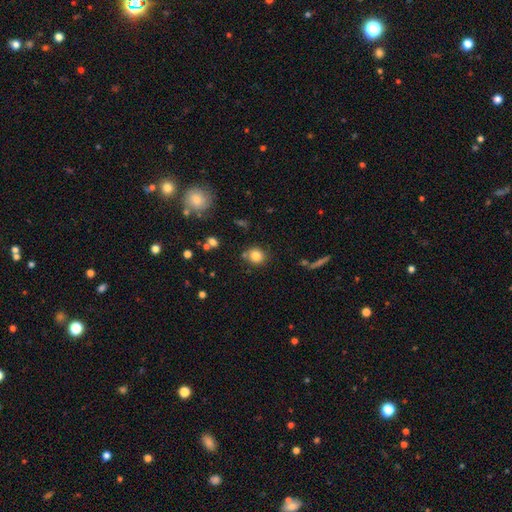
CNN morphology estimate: The model was most divided on "how rounded": round: 79%, in between: 19%, cigar-shaped: 1%. More confident: smooth or featured — smooth (82%); merging — none (78%).